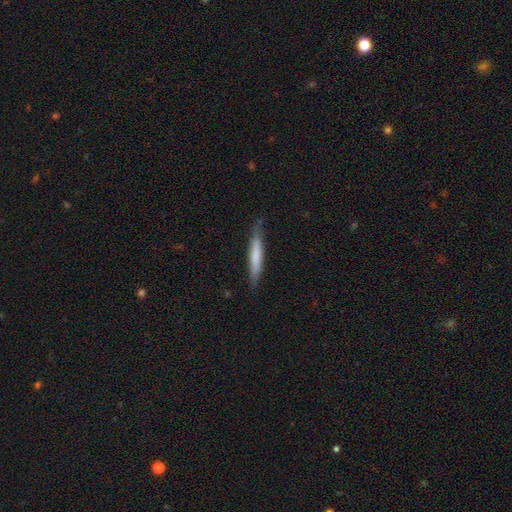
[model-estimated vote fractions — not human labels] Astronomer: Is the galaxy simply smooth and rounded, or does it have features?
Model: smooth — 68%.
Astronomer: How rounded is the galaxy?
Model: cigar-shaped — 93%.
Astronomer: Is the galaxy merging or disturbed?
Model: none — 81%.